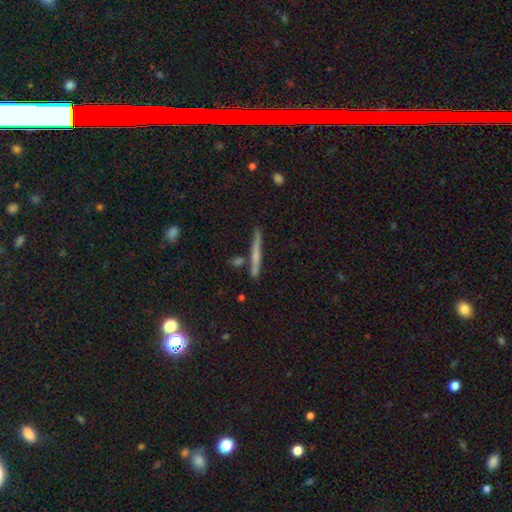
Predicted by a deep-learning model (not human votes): Smooth or featured? Predicted: smooth (p=0.48). Merging? Predicted: none (p=0.82).